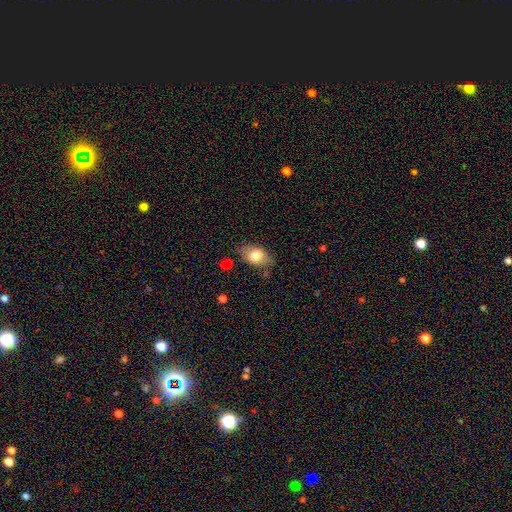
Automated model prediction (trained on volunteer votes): This is likely a smooth galaxy (78%). How rounded: clearly in between (85%). Merging: likely none (78%).